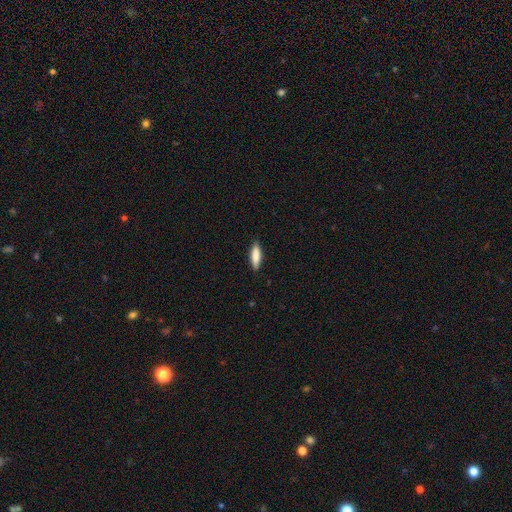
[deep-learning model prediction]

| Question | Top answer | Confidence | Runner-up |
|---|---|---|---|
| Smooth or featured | smooth | 82% | featured or disk (12%) |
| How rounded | cigar-shaped | 63% | in between (36%) |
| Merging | none | 88% | minor disturbance (9%) |